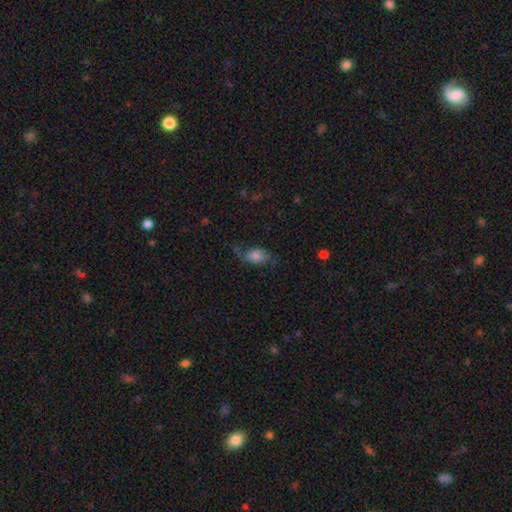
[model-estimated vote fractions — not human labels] smooth_or_featured: smooth (p=0.48) [alt: featured or disk p=0.42]
merging: none (p=0.54) [alt: minor disturbance p=0.24]